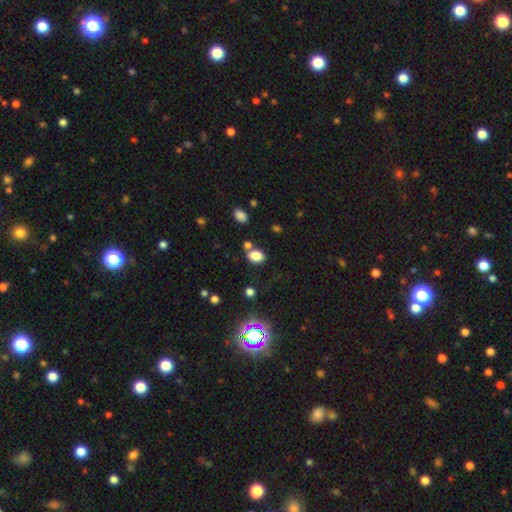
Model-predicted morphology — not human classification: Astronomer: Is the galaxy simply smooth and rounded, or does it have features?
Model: smooth — 81%.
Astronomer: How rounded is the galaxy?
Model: in between — 68%.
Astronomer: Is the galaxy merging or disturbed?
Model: none — 69%.